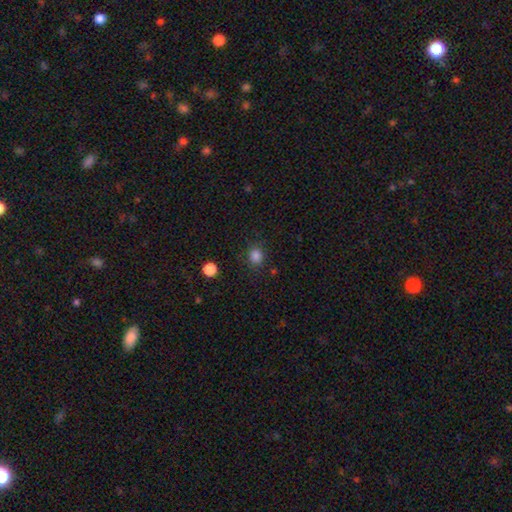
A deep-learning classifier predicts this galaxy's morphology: smooth-or-featured: smooth: 84% | star or artifact: 12% | featured or disk: 4%
  how-rounded: round: 73% | in between: 26% | cigar-shaped: 1%
  merging: none: 84% | minor disturbance: 10% | major disturbance: 4% | merger: 2%